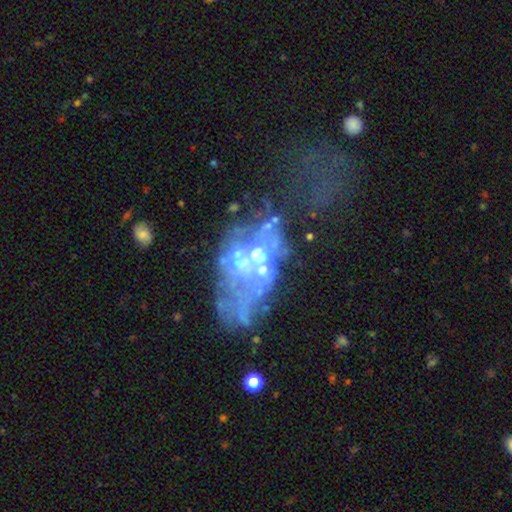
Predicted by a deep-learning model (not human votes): A featured or disk galaxy (64%) with no bar (85%), no spiral arms (87%) and a moderate central bulge (42%). Merging: major disturbance (37%).